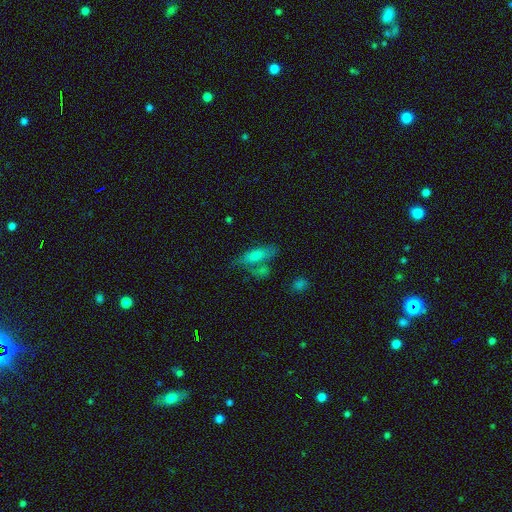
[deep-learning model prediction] Smooth or featured?
  - smooth: 58% *
  - featured or disk: 29%
  - star or artifact: 13%
How rounded?
  - in between: 53% *
  - cigar-shaped: 43%
  - round: 4%
Merging?
  - none: 48% *
  - merger: 24%
  - minor disturbance: 18%
  - major disturbance: 10%